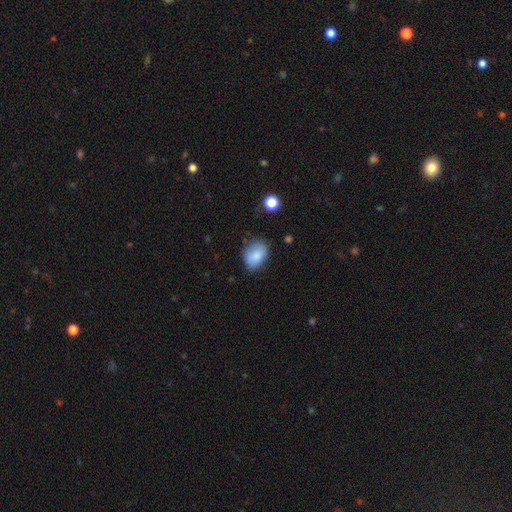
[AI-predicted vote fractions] Q: Smooth or featured?
A: smooth (83%); runner-up: featured or disk (9%)
Q: How rounded?
A: in between (71%); runner-up: round (28%)
Q: Merging?
A: none (69%); runner-up: minor disturbance (24%)